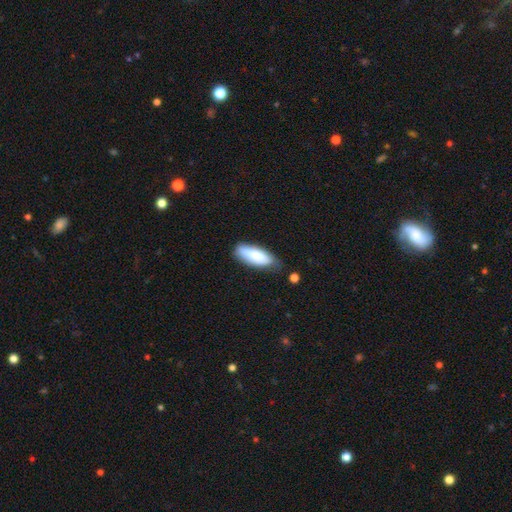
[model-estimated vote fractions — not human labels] This appears to be a smooth galaxy with no disk features (80%) that is in between round and cigar-shaped (67%). Merging: none (65%).